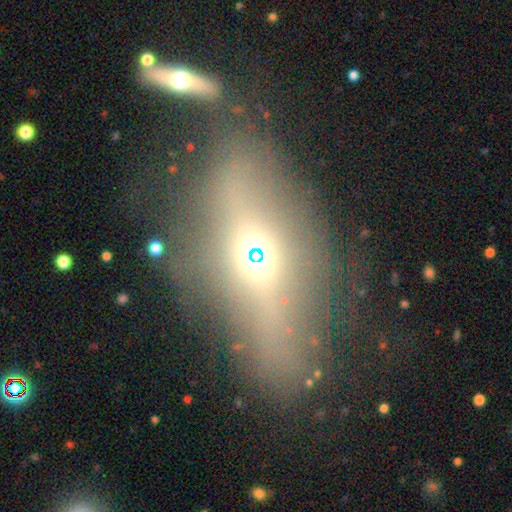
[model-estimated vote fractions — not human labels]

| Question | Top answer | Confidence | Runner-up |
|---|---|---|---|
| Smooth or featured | featured or disk | 38% | smooth (33%) |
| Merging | none | 67% | minor disturbance (15%) |